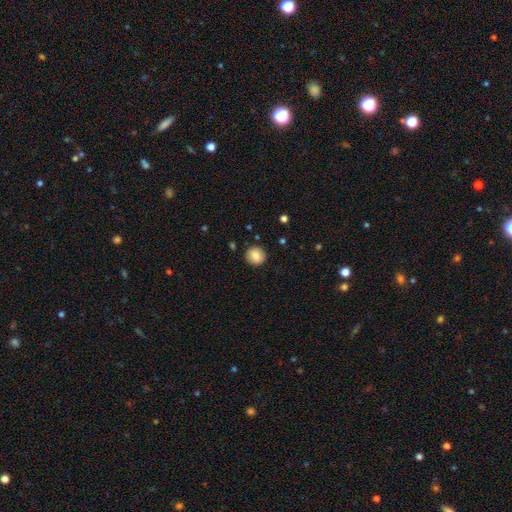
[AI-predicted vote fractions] smooth 84%, star or artifact 9%, featured or disk 8%. Down the decision tree: how rounded — round (90%); merging — none (90%).